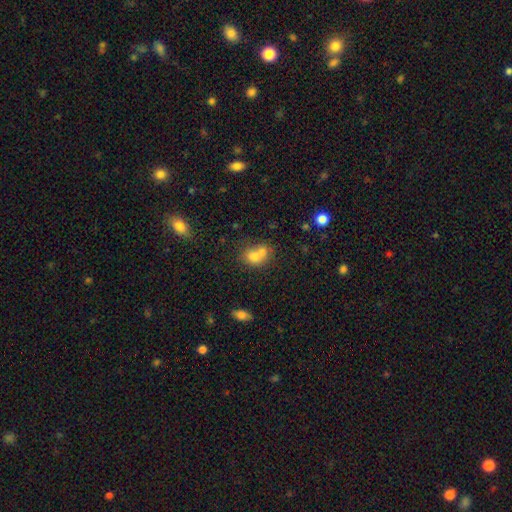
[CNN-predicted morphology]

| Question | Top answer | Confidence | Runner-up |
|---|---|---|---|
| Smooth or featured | smooth | 72% | featured or disk (17%) |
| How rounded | round | 54% | in between (45%) |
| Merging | merger | 65% | none (25%) |